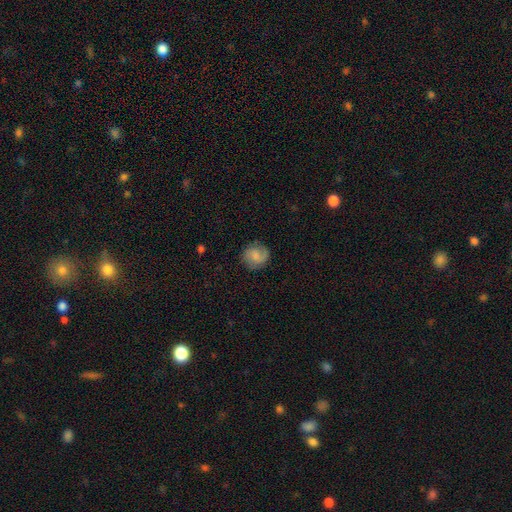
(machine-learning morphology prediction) A smooth galaxy with no disk features (58%) that is round (85%).

Vote fractions:
- Smooth or featured? smooth: 58% / featured or disk: 33% / star or artifact: 8%
- How rounded? round: 85% / in between: 14% / cigar-shaped: 1%
- Merging? none: 79% / minor disturbance: 15% / major disturbance: 5% / merger: 1%